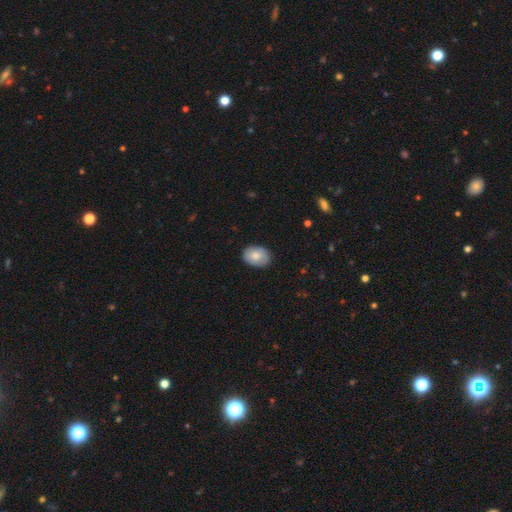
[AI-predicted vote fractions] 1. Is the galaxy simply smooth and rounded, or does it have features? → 78% smooth, 15% featured or disk, 6% star or artifact.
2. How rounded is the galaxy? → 72% in between, 27% round, 1% cigar-shaped.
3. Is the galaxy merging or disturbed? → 84% none, 13% minor disturbance, 2% major disturbance, 1% merger.